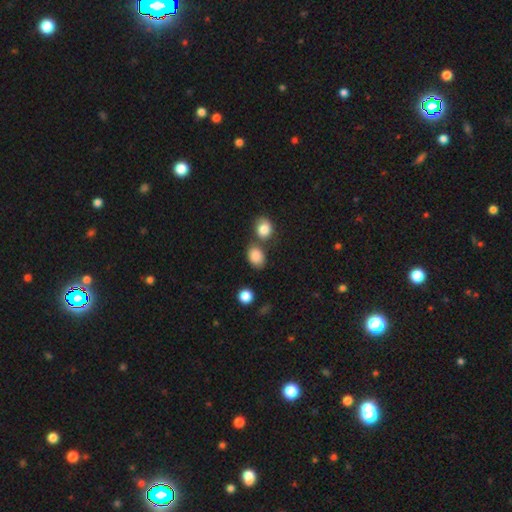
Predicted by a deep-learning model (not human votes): Smooth or featured?
  - smooth: 86% *
  - star or artifact: 9%
  - featured or disk: 5%
How rounded?
  - in between: 69% *
  - round: 30%
  - cigar-shaped: 1%
Merging?
  - none: 57% *
  - merger: 24%
  - minor disturbance: 15%
  - major disturbance: 4%